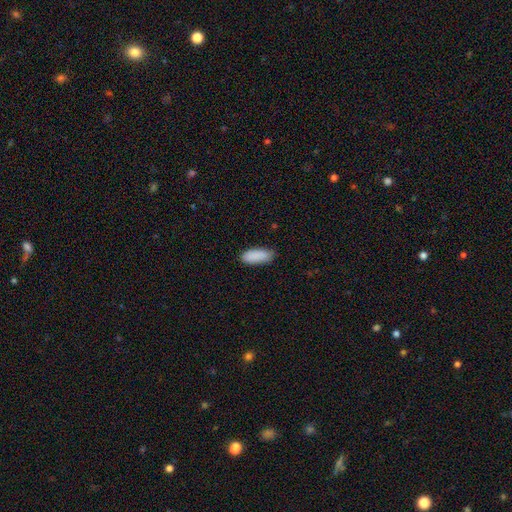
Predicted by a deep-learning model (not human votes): A smooth galaxy with no disk features (89%) that is in between round and cigar-shaped (81%). Merging: none (75%).